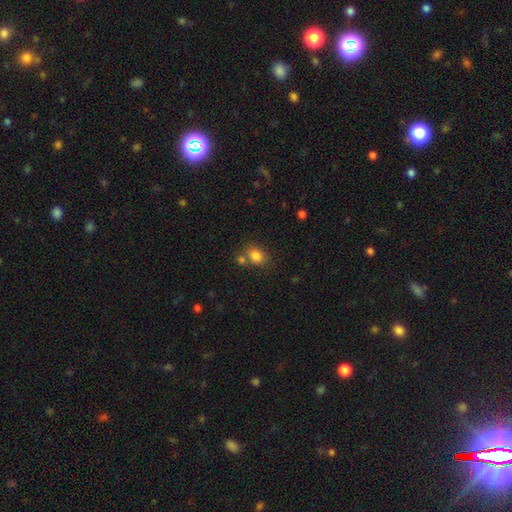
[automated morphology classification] Smooth or featured: smooth — 83% (star or artifact — 10%)
How rounded: round — 50% (in between — 49%)
Merging: none — 62% (merger — 22%)